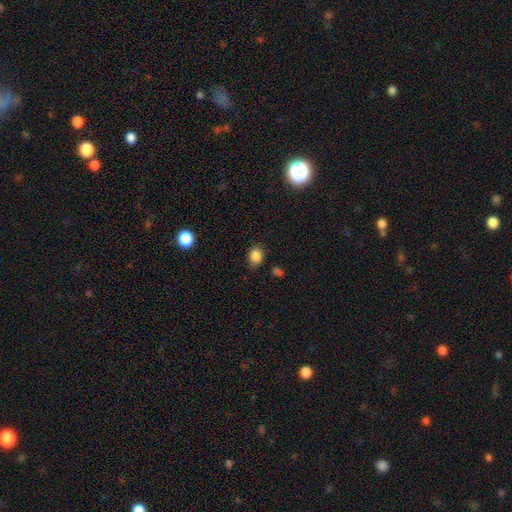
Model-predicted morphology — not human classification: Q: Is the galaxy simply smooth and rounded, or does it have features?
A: smooth — 85%.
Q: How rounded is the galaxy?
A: in between — 51%.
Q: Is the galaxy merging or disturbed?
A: none — 78%.